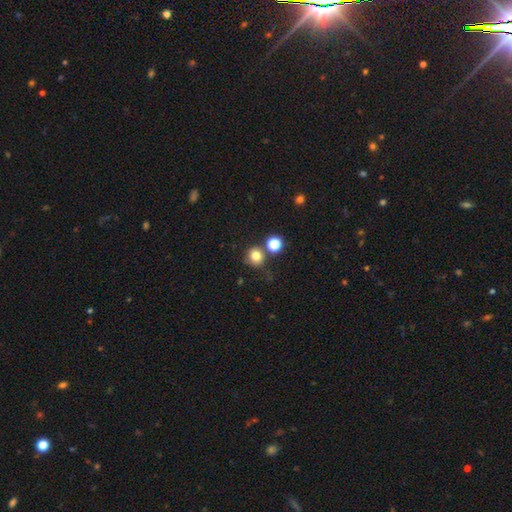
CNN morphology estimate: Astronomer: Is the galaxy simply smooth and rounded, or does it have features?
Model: smooth — 79%.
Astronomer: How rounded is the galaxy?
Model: round — 88%.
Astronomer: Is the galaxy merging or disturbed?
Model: none — 72%.